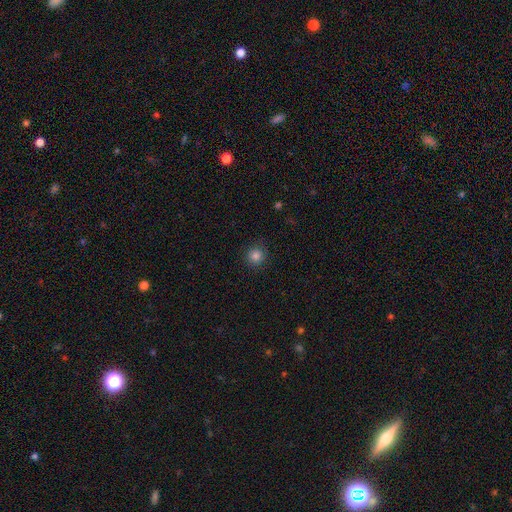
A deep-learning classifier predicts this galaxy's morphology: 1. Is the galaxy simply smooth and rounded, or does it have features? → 83% smooth, 13% star or artifact, 5% featured or disk.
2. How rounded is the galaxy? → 94% round, 5% in between, 1% cigar-shaped.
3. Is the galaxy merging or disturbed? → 90% none, 7% minor disturbance, 2% major disturbance, 1% merger.